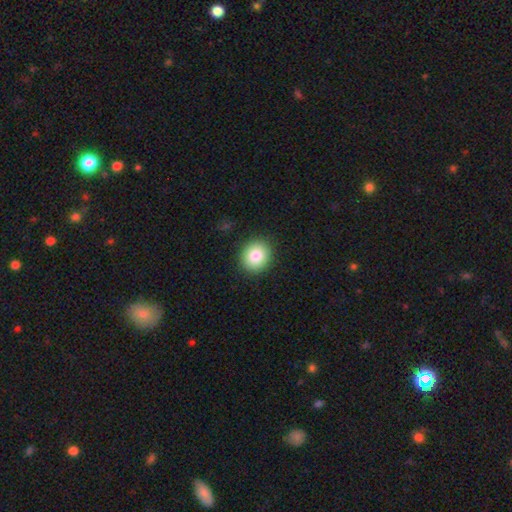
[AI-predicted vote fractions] This is clearly a smooth galaxy (84%). How rounded: likely round (78%). Merging: clearly none (91%).